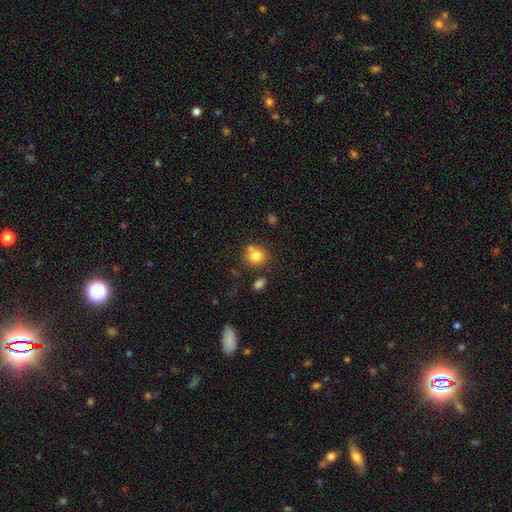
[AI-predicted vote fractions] Morphology: type=smooth (80%); roundness=round (82%); merging=none (60%).